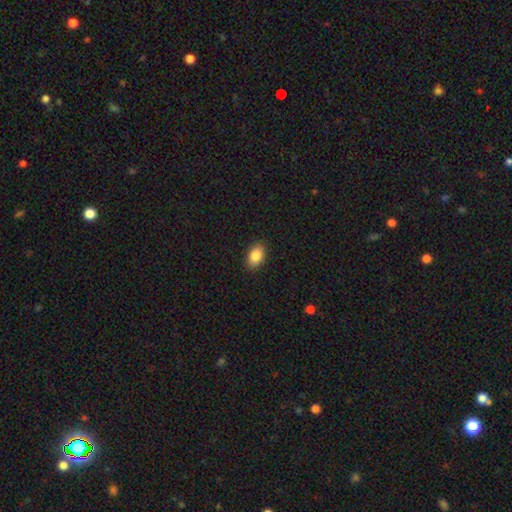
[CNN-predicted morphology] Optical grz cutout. It shows a smooth galaxy with no disk features (86%) that is in between round and cigar-shaped (89%). Merging: none (89%).